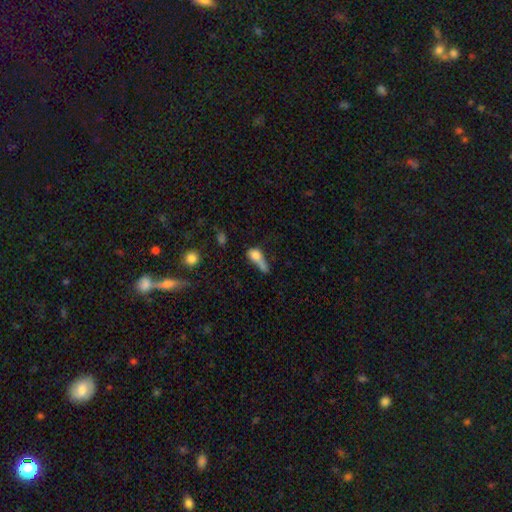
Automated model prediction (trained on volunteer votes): smooth-or-featured: smooth: 69% | featured or disk: 20% | star or artifact: 11%
  how-rounded: in between: 56% | round: 24% | cigar-shaped: 20%
  merging: merger: 37% | major disturbance: 27% | none: 19% | minor disturbance: 17%